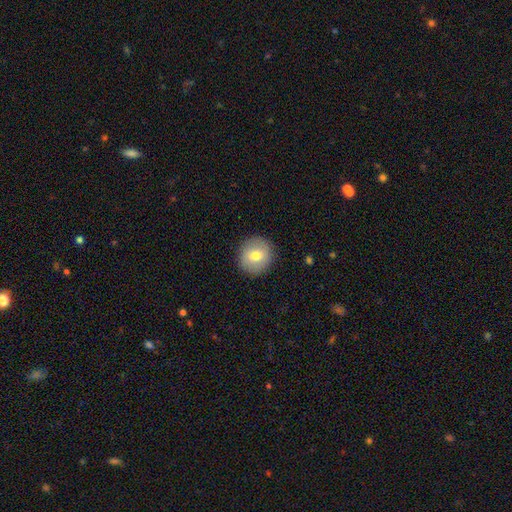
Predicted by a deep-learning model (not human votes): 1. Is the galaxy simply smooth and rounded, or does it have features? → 72% smooth, 20% featured or disk, 8% star or artifact.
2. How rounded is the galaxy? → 90% round, 9% in between, 1% cigar-shaped.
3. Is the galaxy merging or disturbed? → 90% none, 7% minor disturbance, 2% major disturbance, 1% merger.